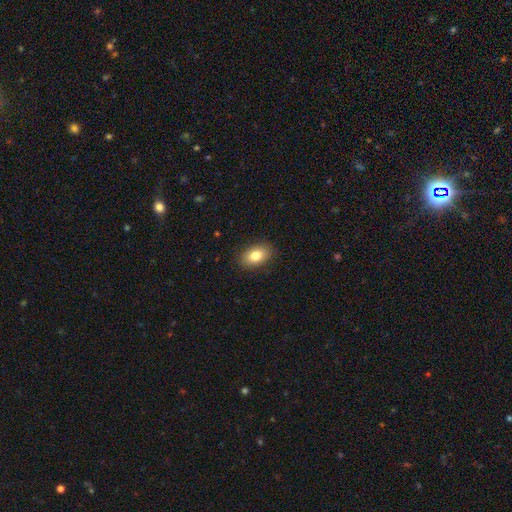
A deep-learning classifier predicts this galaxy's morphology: Smooth or featured? Predicted: smooth (p=0.82). How rounded? Predicted: in between (p=0.88). Merging? Predicted: none (p=0.89).